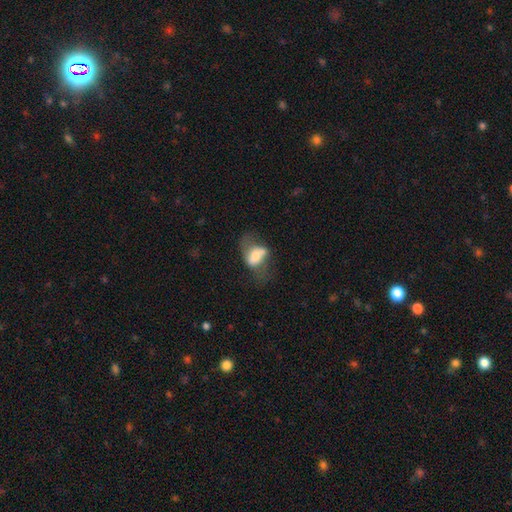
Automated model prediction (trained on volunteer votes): smooth_or_featured: smooth (p=0.51) [alt: featured or disk p=0.40]
how_rounded: in between (p=0.77) [alt: round p=0.21]
merging: none (p=0.30) [alt: major disturbance p=0.29]